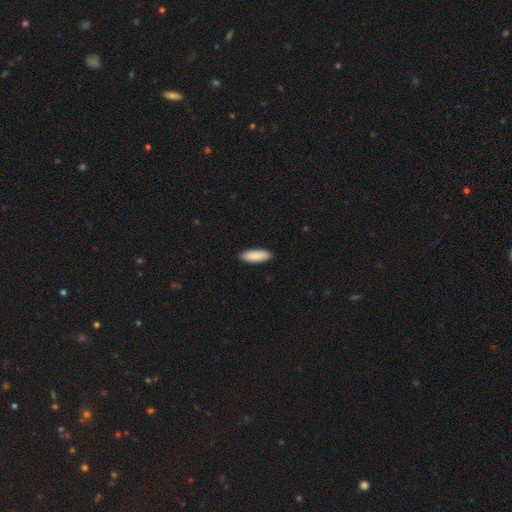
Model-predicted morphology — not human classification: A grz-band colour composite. It shows a smooth galaxy with no disk features (91%) that is in between round and cigar-shaped (64%). Merging: none (91%).